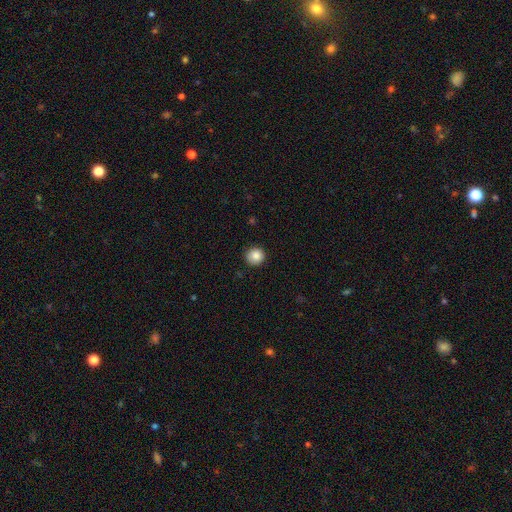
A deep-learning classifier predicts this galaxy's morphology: The model was most divided on "smooth or featured": smooth: 87%, star or artifact: 9%, featured or disk: 4%. More confident: how rounded — round (93%); merging — none (90%).